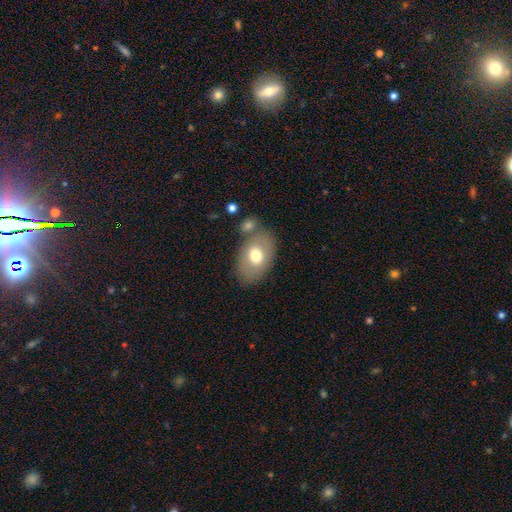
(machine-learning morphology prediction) Q: Smooth or featured?
A: smooth (69%); runner-up: featured or disk (24%)
Q: How rounded?
A: in between (86%); runner-up: round (13%)
Q: Merging?
A: none (68%); runner-up: minor disturbance (14%)